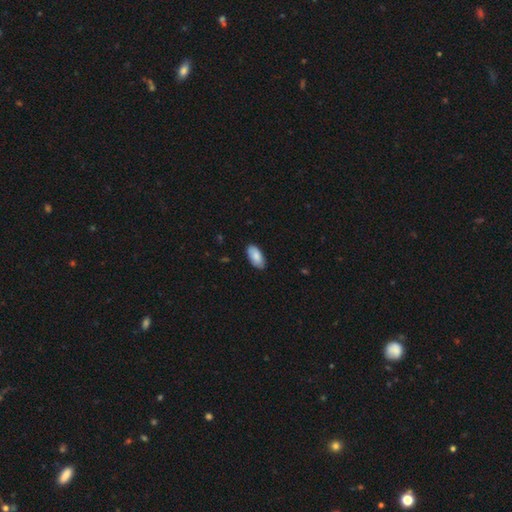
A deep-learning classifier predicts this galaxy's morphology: Smooth or featured: smooth — 86% (featured or disk — 9%)
How rounded: in between — 94% (cigar-shaped — 4%)
Merging: none — 86% (minor disturbance — 11%)